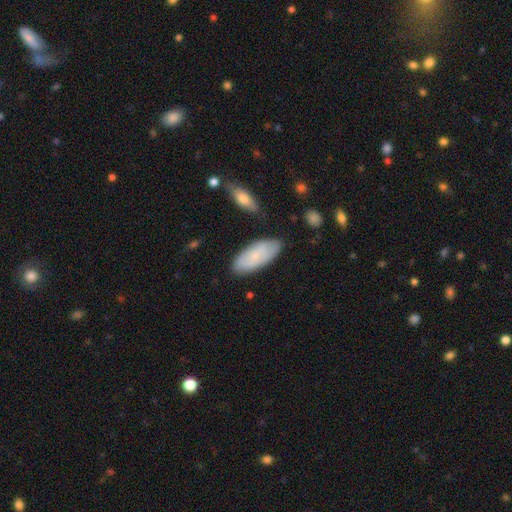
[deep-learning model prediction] smooth_or_featured: smooth (p=0.67) [alt: featured or disk p=0.27]
how_rounded: in between (p=0.87) [alt: cigar-shaped p=0.11]
merging: none (p=0.79) [alt: minor disturbance p=0.15]